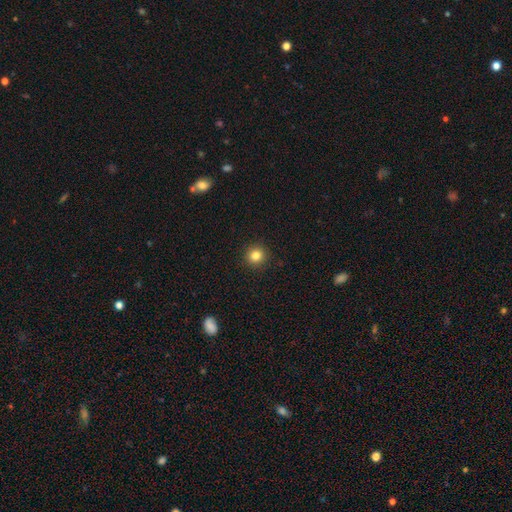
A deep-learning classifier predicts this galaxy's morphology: smooth 84%, star or artifact 12%, featured or disk 5%. Down the decision tree: how rounded — round (94%); merging — none (92%).